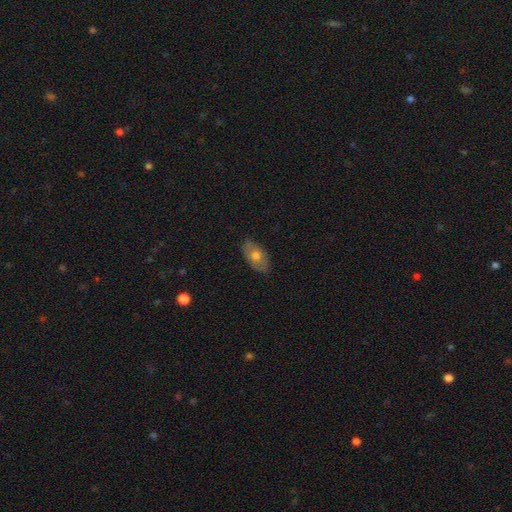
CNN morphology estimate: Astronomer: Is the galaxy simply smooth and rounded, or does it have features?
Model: smooth — 60%.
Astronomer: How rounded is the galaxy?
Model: in between — 91%.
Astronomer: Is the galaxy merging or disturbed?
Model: none — 80%.